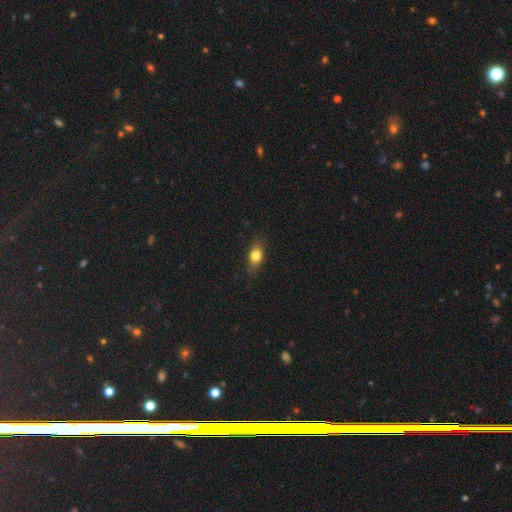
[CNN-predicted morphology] Overall: smooth (81%). How rounded: in between (69%). Merging: none (79%).